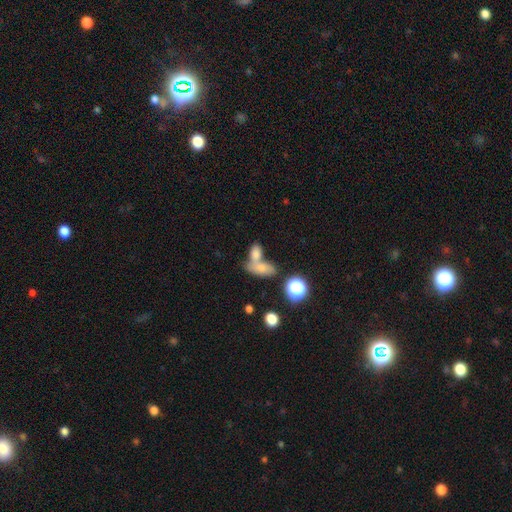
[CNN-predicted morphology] smooth-or-featured: smooth: 73% | featured or disk: 15% | star or artifact: 12%
  how-rounded: in between: 82% | round: 11% | cigar-shaped: 7%
  merging: merger: 57% | none: 29% | minor disturbance: 9% | major disturbance: 5%